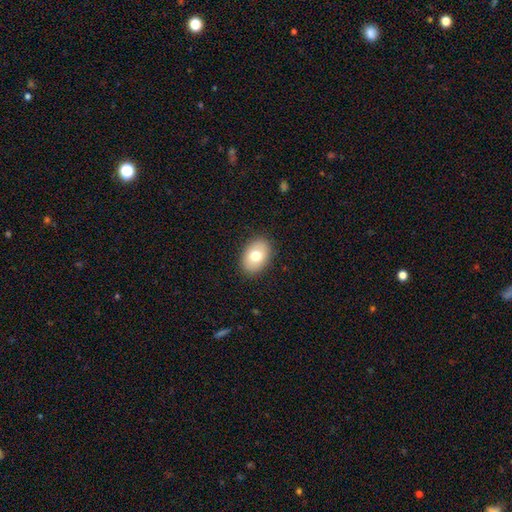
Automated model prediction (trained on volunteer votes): This appears to be a smooth galaxy with no disk features (75%) that is in between round and cigar-shaped (84%). Merging: none (88%).